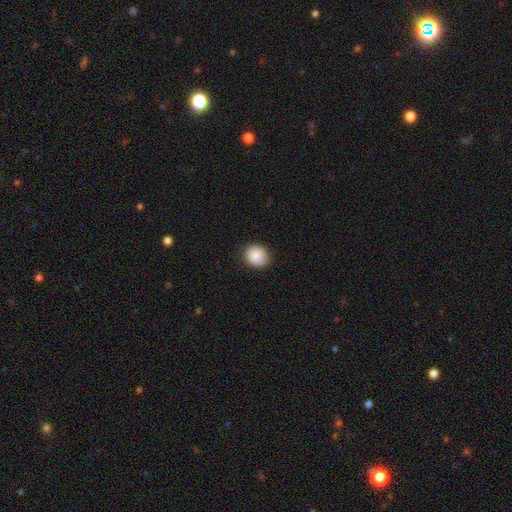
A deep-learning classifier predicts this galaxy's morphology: This is clearly a smooth galaxy (87%). How rounded: likely round (69%). Merging: clearly none (83%).